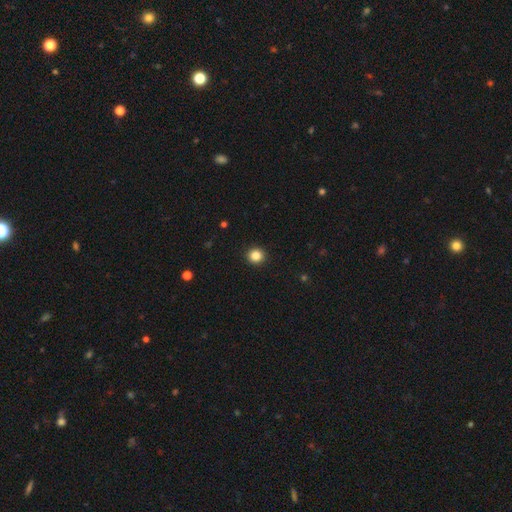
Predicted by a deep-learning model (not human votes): smooth 84%, star or artifact 11%, featured or disk 5%. Down the decision tree: how rounded — round (93%); merging — none (93%).